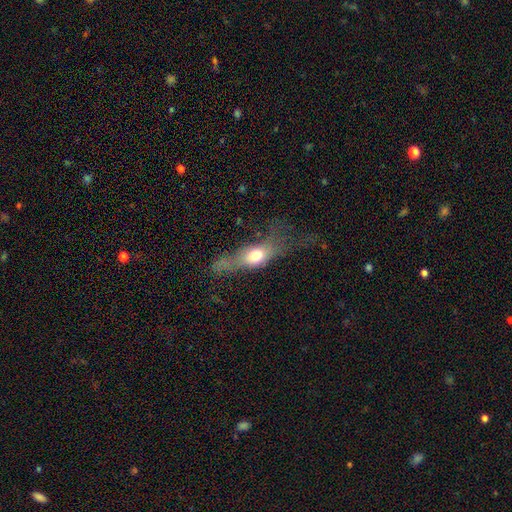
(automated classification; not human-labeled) smooth 56%, featured or disk 34%, star or artifact 10%. Down the decision tree: how rounded — in between (59%); merging — major disturbance (46%).